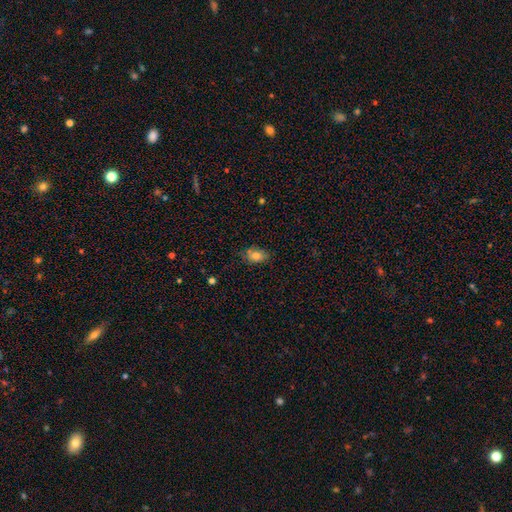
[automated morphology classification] This is likely a smooth galaxy (80%). How rounded: clearly in between (81%). Merging: likely none (70%).